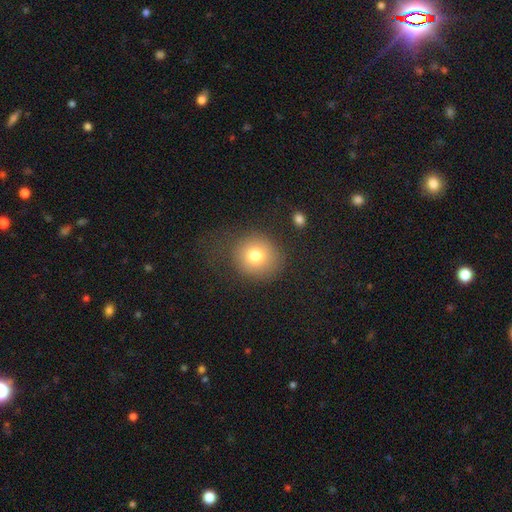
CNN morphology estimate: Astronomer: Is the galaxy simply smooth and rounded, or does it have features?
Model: smooth — 77%.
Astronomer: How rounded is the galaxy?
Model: round — 86%.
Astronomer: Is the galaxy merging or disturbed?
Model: none — 70%.